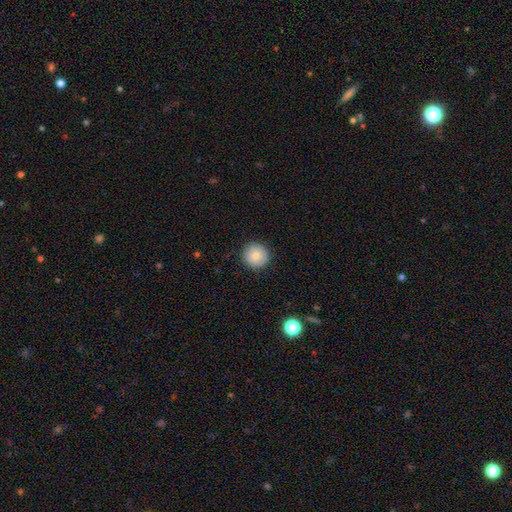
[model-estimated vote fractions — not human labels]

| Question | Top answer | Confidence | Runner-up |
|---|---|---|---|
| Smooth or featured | smooth | 80% | featured or disk (11%) |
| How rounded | round | 95% | in between (4%) |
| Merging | none | 92% | minor disturbance (6%) |